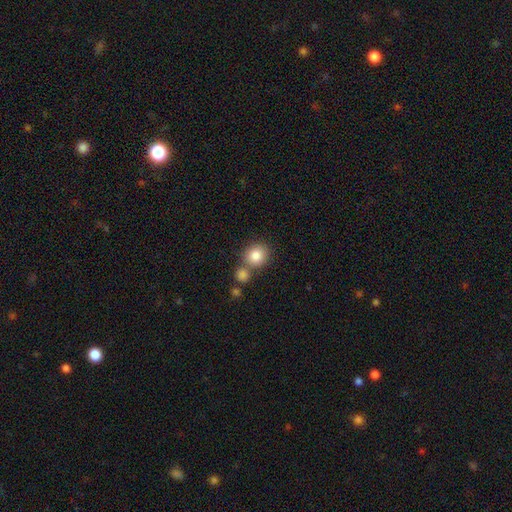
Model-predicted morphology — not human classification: Smooth or featured? Predicted: smooth (p=0.84). How rounded? Predicted: round (p=0.83). Merging? Predicted: none (p=0.61).